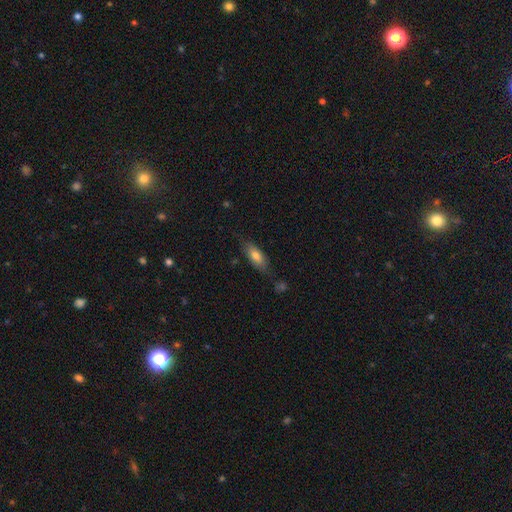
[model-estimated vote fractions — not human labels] A smooth galaxy with no disk features (74%) that is in between round and cigar-shaped (75%). Merging: none (69%).